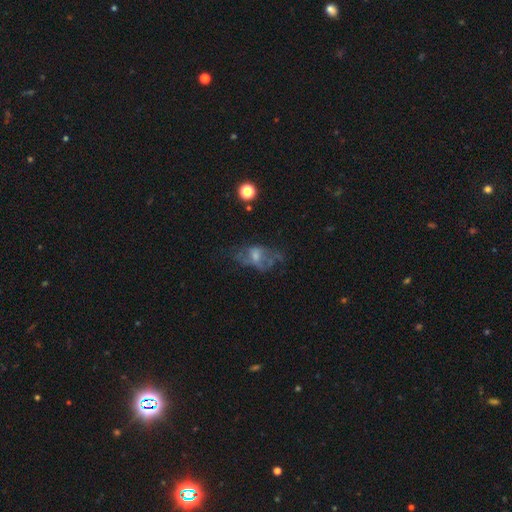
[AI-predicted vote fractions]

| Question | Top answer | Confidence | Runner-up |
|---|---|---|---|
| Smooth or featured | featured or disk | 57% | smooth (27%) |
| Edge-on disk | no | 93% | yes (7%) |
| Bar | no | 67% | weak (28%) |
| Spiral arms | no | 63% | yes (37%) |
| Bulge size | small | 41% | moderate (39%) |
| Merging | none | 46% | major disturbance (29%) |